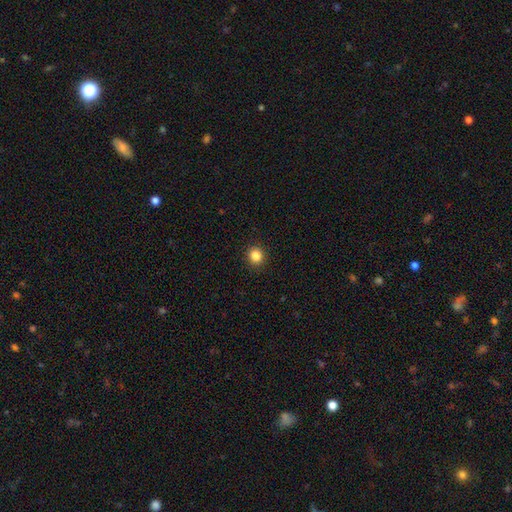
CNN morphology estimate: A smooth galaxy with no disk features (84%) that is round (88%). Merging: none (92%).